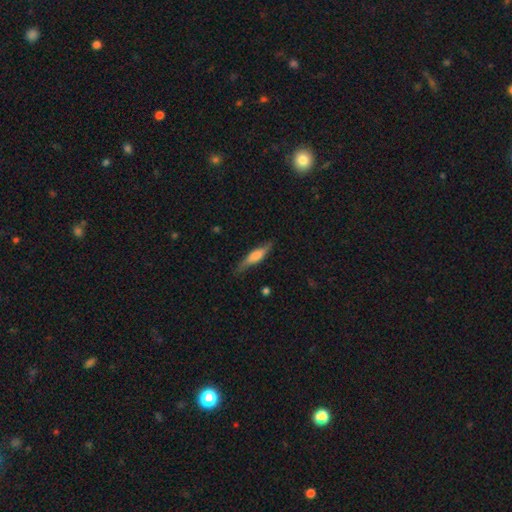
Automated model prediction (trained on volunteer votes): Smooth or featured? smooth (52%)
How rounded? cigar-shaped (76%)
Merging? none (78%)